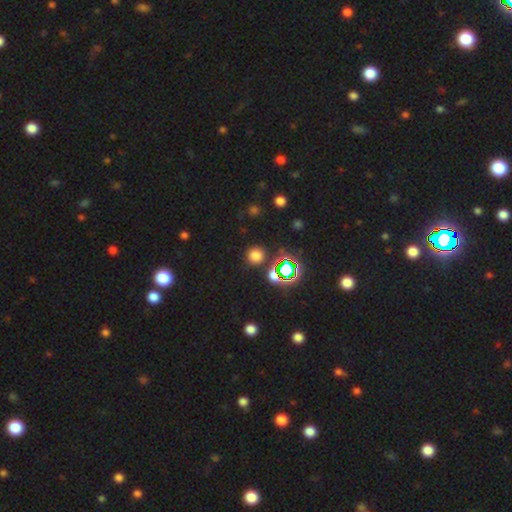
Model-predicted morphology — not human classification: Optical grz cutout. It shows a smooth galaxy with no disk features (67%) that is round (92%). Merging: none (86%).